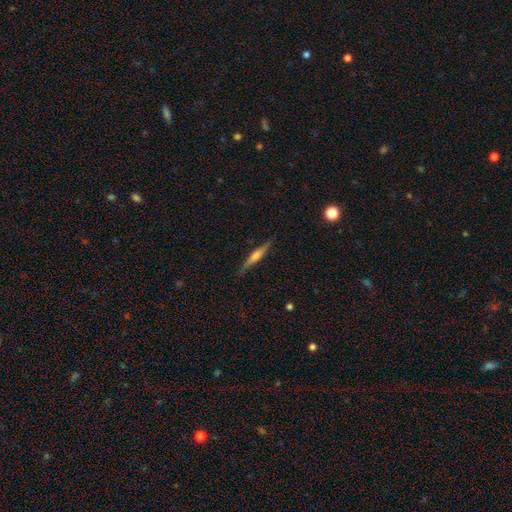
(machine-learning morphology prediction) Smooth or featured?
  - featured or disk: 66% *
  - smooth: 28%
  - star or artifact: 6%
Edge-on disk?
  - yes: 97% *
  - no: 3%
Edge-on bulge?
  - rounded: 64% *
  - boxy: 19%
  - none: 16%
Merging?
  - none: 88% *
  - minor disturbance: 9%
  - major disturbance: 2%
  - merger: 1%